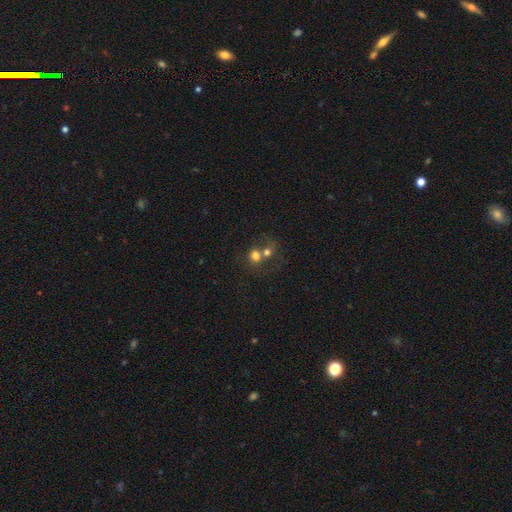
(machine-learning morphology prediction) This is likely a smooth galaxy (67%). How rounded: likely round (74%). Merging: likely merger (63%).